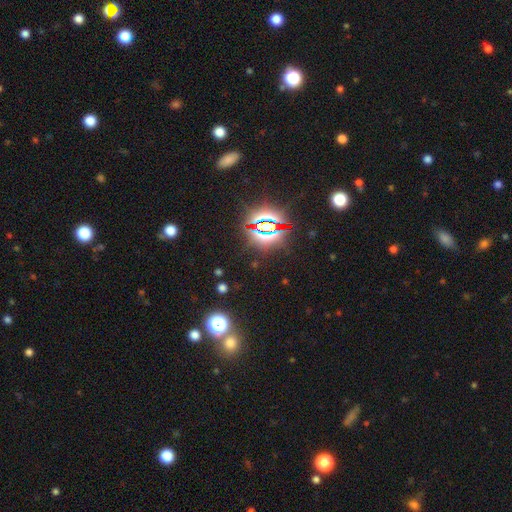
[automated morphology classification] star or artifact 81%, smooth 11%, featured or disk 8%.